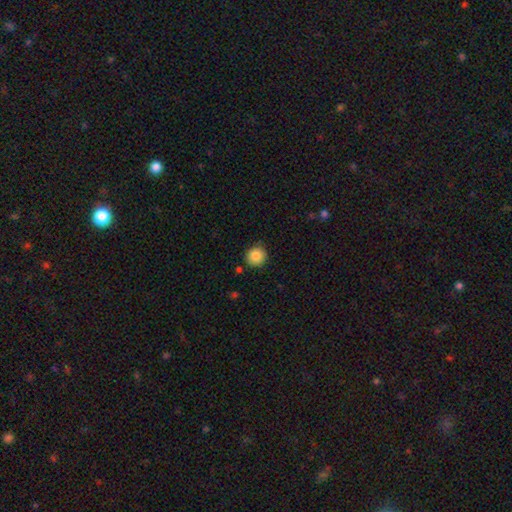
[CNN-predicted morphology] smooth_or_featured: smooth (p=0.85) [alt: star or artifact p=0.09]
how_rounded: round (p=0.92) [alt: in between p=0.07]
merging: none (p=0.87) [alt: minor disturbance p=0.09]